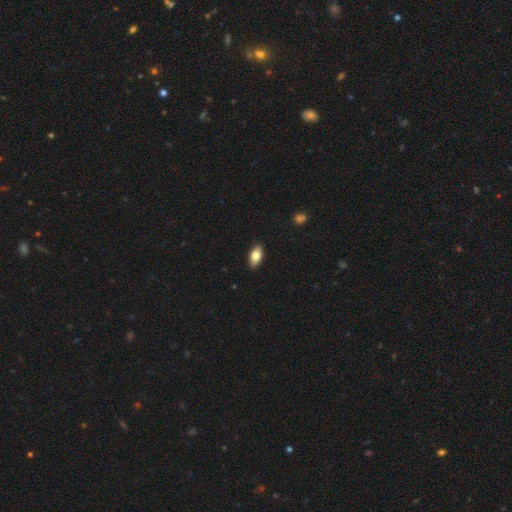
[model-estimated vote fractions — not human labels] A smooth galaxy with no disk features (79%) that is in between round and cigar-shaped (90%). Merging: none (89%).